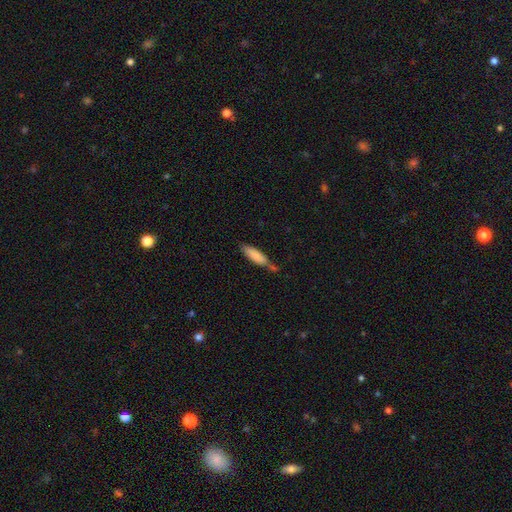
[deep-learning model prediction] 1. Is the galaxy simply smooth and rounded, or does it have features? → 82% smooth, 12% featured or disk, 6% star or artifact.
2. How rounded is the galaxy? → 55% cigar-shaped, 44% in between, 2% round.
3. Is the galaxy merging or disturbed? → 49% none, 28% minor disturbance, 16% merger, 7% major disturbance.